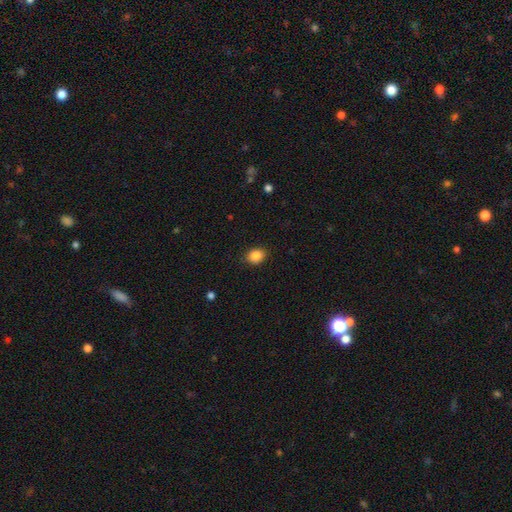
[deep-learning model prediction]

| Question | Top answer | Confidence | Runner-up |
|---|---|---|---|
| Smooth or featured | smooth | 87% | star or artifact (9%) |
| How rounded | round | 53% | in between (46%) |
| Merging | none | 88% | minor disturbance (9%) |